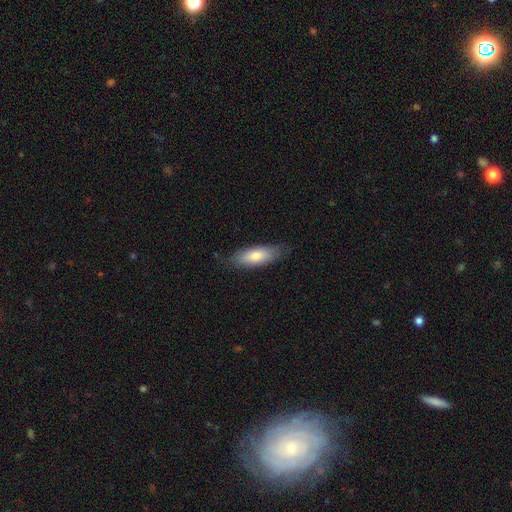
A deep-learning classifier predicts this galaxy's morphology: Q: Smooth or featured?
A: smooth (75%); runner-up: featured or disk (19%)
Q: How rounded?
A: in between (63%); runner-up: cigar-shaped (36%)
Q: Merging?
A: none (80%); runner-up: minor disturbance (16%)